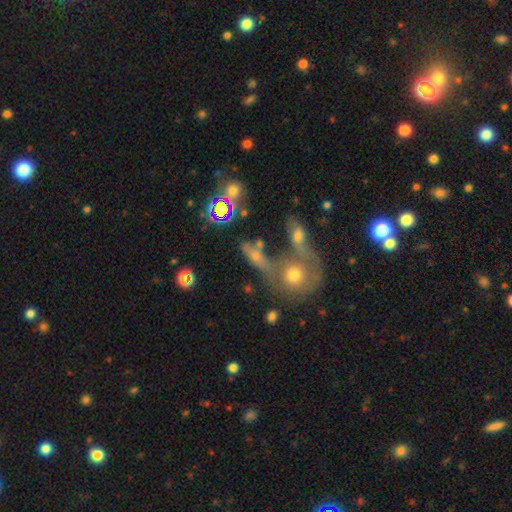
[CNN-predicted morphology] A smooth galaxy with no disk features (41%). Merging: merger (46%).